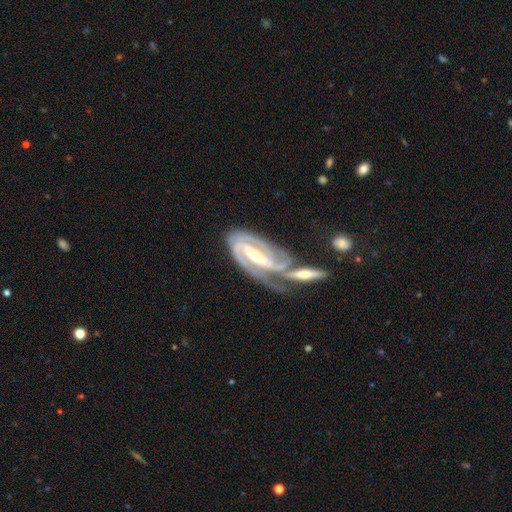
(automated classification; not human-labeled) Q: Smooth or featured?
A: featured or disk (91%); runner-up: smooth (4%)
Q: Edge-on disk?
A: no (95%); runner-up: yes (5%)
Q: Bar?
A: strong (56%); runner-up: weak (30%)
Q: Spiral arms?
A: yes (98%); runner-up: no (2%)
Q: Spiral winding?
A: tight (55%); runner-up: medium (37%)
Q: Spiral arm count?
A: 2 (74%); runner-up: 3 (11%)
Q: Bulge size?
A: small (54%); runner-up: moderate (42%)
Q: Merging?
A: merger (36%); tied with: none (36%)